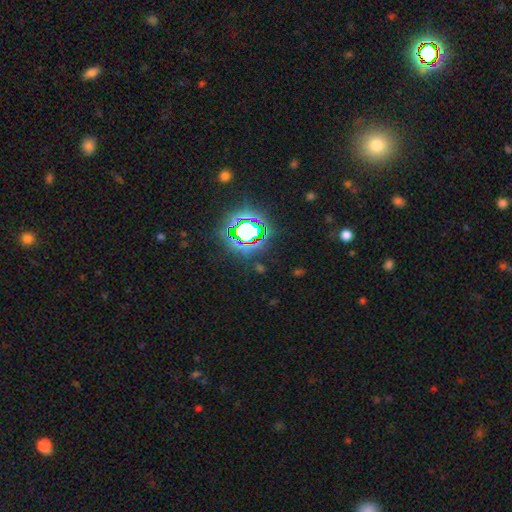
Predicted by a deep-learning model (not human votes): smooth-or-featured: star or artifact: 80% | smooth: 12% | featured or disk: 8%